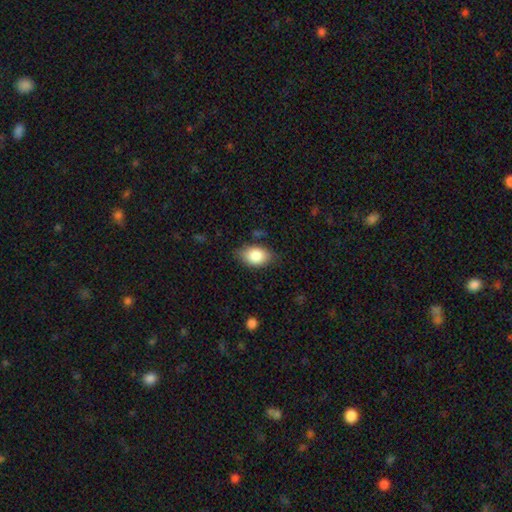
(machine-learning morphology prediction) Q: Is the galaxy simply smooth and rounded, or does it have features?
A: smooth — 85%.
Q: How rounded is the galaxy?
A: in between — 88%.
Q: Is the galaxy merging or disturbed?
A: none — 77%.